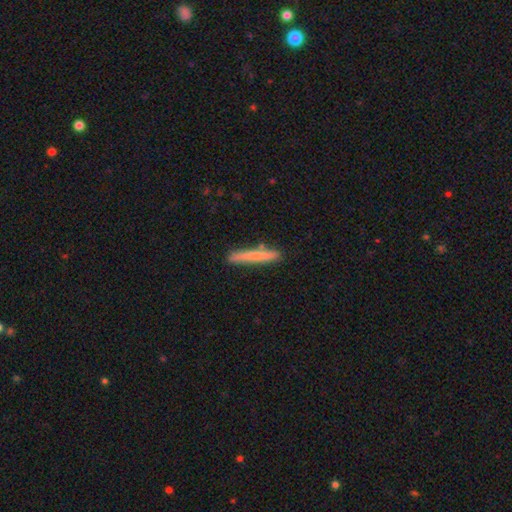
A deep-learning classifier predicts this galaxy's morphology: Overall: smooth (68%). How rounded: cigar-shaped (96%). Merging: none (84%).